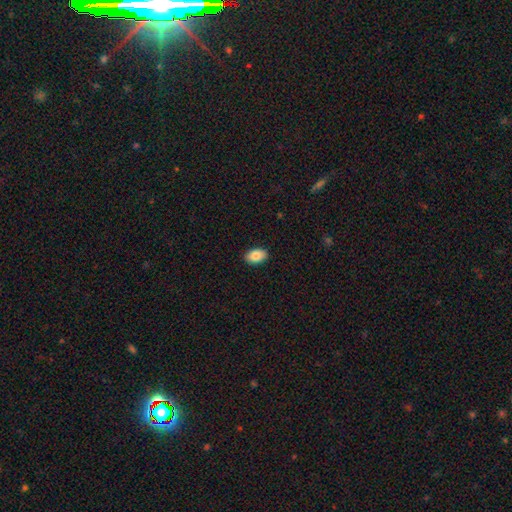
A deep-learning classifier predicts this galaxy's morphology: This is clearly a smooth galaxy (85%). How rounded: clearly in between (89%). Merging: clearly none (90%).